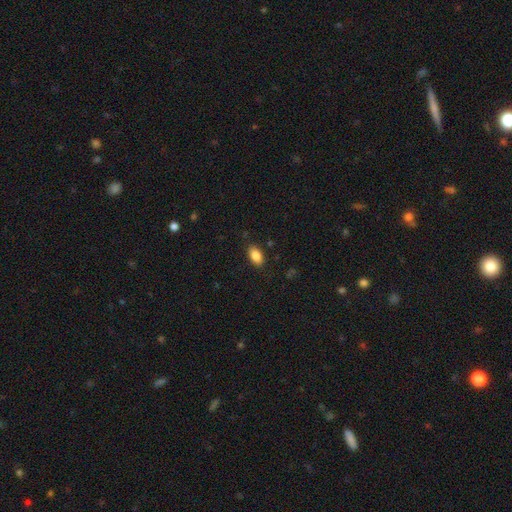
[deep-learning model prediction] Smooth or featured? Predicted: smooth (p=0.86). How rounded? Predicted: in between (p=0.92). Merging? Predicted: none (p=0.85).